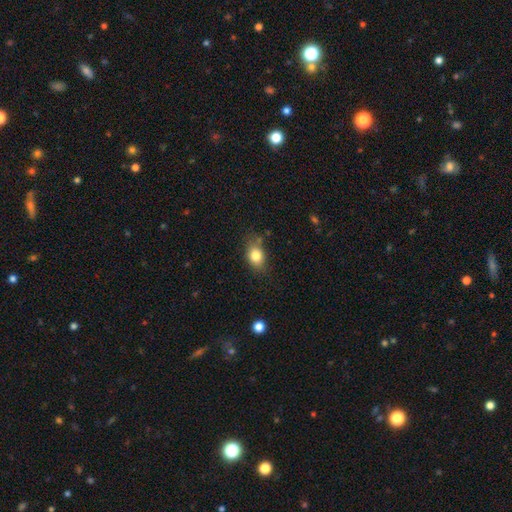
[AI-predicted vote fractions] Morphology: type=smooth (81%); roundness=in between (65%); merging=none (70%).